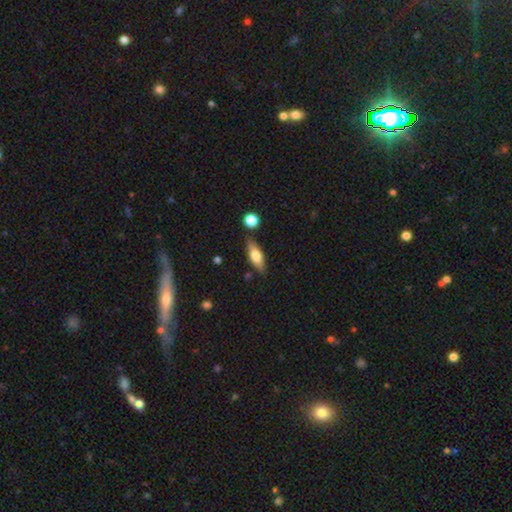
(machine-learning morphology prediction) This is possibly a smooth galaxy (56%). How rounded: possibly in between (59%). Merging: clearly none (81%).